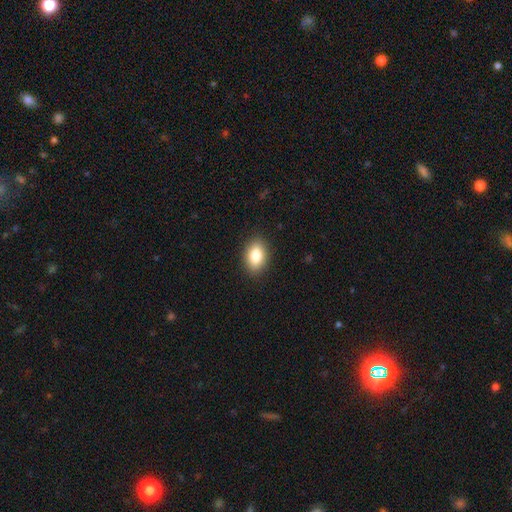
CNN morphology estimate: A smooth galaxy with no disk features (83%) that is in between round and cigar-shaped (87%).

Vote fractions:
- Smooth or featured? smooth: 83% / featured or disk: 9% / star or artifact: 8%
- How rounded? in between: 87% / round: 12% / cigar-shaped: 2%
- Merging? none: 89% / minor disturbance: 8% / major disturbance: 2% / merger: 1%